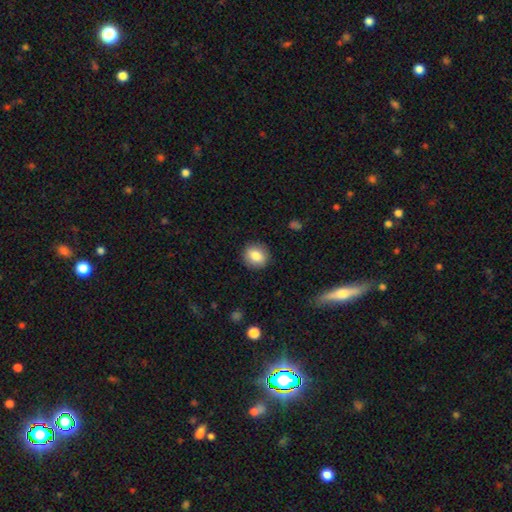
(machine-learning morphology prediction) A smooth galaxy with no disk features (82%) that is round (72%).

Vote fractions:
- Smooth or featured? smooth: 82% / featured or disk: 9% / star or artifact: 9%
- How rounded? round: 72% / in between: 27% / cigar-shaped: 1%
- Merging? none: 89% / minor disturbance: 8% / major disturbance: 2% / merger: 1%